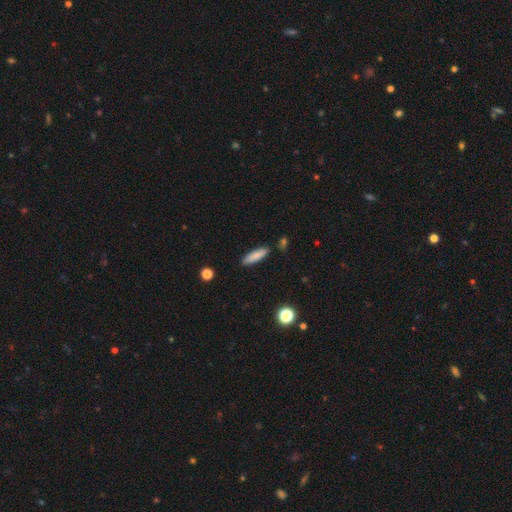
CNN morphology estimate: Smooth or featured? smooth (84%)
How rounded? cigar-shaped (66%)
Merging? none (86%)